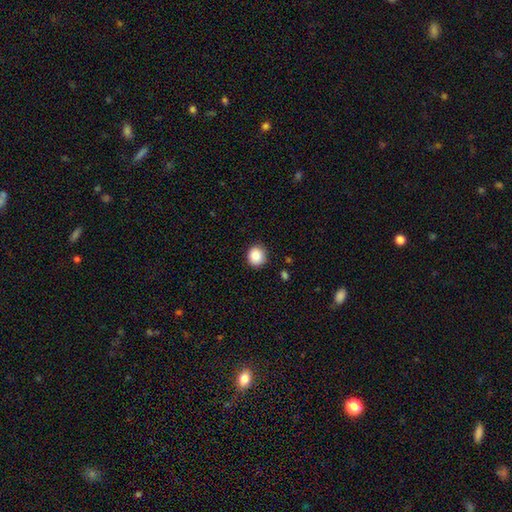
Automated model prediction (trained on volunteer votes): Smooth or featured? Predicted: smooth (p=0.87). How rounded? Predicted: round (p=0.88). Merging? Predicted: none (p=0.89).